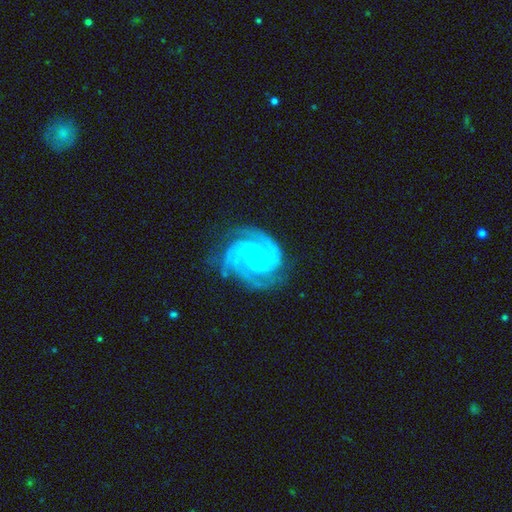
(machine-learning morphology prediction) Q: Smooth or featured?
A: featured or disk (93%); runner-up: star or artifact (4%)
Q: Edge-on disk?
A: no (98%); runner-up: yes (2%)
Q: Bar?
A: weak (42%); runner-up: no (40%)
Q: Spiral arms?
A: yes (99%); runner-up: no (1%)
Q: Spiral winding?
A: tight (60%); runner-up: medium (37%)
Q: Spiral arm count?
A: 2 (72%); runner-up: 3 (17%)
Q: Bulge size?
A: small (51%); runner-up: none (32%)
Q: Merging?
A: none (76%); runner-up: minor disturbance (16%)